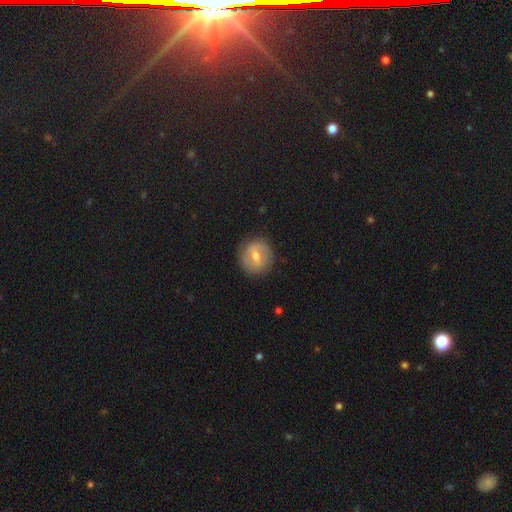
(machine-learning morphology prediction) Smooth or featured?
  - featured or disk: 61% *
  - smooth: 31%
  - star or artifact: 9%
Edge-on disk?
  - no: 94% *
  - yes: 6%
Bar?
  - weak: 47% *
  - strong: 38%
  - no: 15%
Spiral arms?
  - yes: 60% *
  - no: 40%
Bulge size?
  - moderate: 61% *
  - small: 34%
  - large: 3%
  - none: 1%
  - dominant: 1%
Merging?
  - none: 85% *
  - minor disturbance: 10%
  - major disturbance: 3%
  - merger: 1%